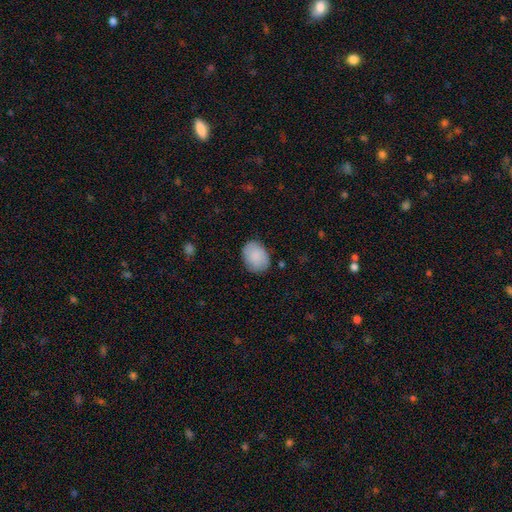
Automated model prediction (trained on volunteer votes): This appears to be a smooth galaxy with no disk features (87%) that is in between round and cigar-shaped (67%). Merging: none (82%).